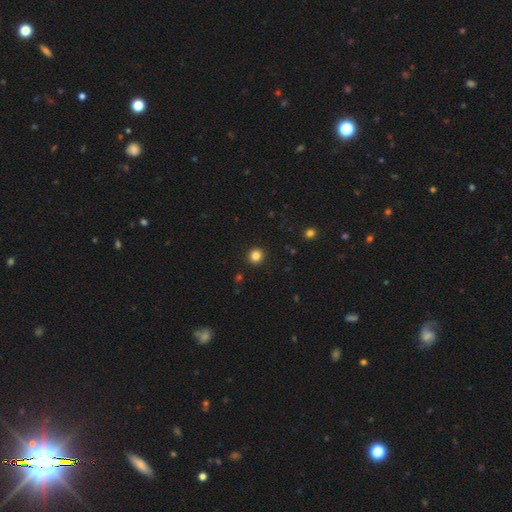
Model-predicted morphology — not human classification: Smooth or featured?
  - smooth: 85% *
  - star or artifact: 12%
  - featured or disk: 4%
How rounded?
  - round: 89% *
  - in between: 10%
  - cigar-shaped: 1%
Merging?
  - none: 93% *
  - minor disturbance: 5%
  - major disturbance: 2%
  - merger: 1%